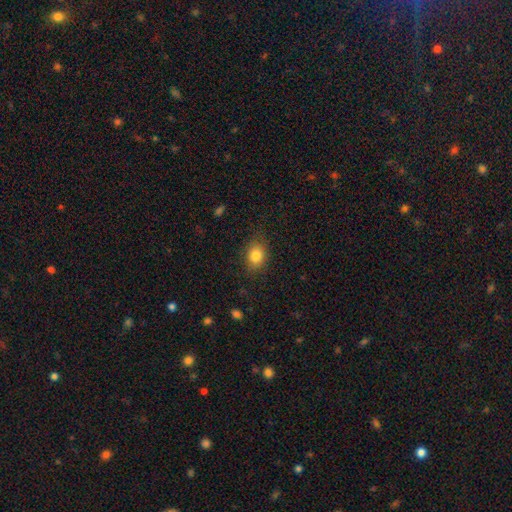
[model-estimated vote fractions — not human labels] Smooth or featured?
  - smooth: 83% *
  - star or artifact: 10%
  - featured or disk: 8%
How rounded?
  - in between: 62% *
  - round: 37%
  - cigar-shaped: 1%
Merging?
  - none: 80% *
  - minor disturbance: 14%
  - major disturbance: 4%
  - merger: 1%